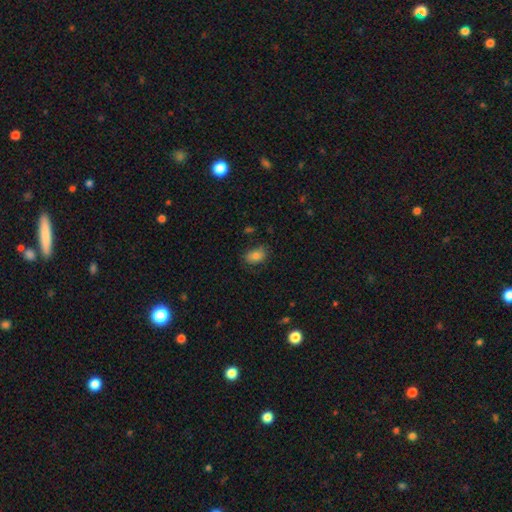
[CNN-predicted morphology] Smooth or featured: smooth — 81% (featured or disk — 10%)
How rounded: in between — 83% (round — 16%)
Merging: none — 75% (minor disturbance — 19%)